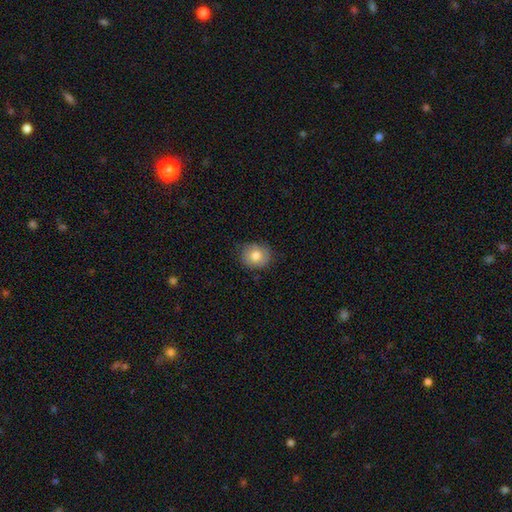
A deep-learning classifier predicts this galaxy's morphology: Smooth or featured: smooth — 79% (featured or disk — 12%)
How rounded: round — 75% (in between — 24%)
Merging: none — 81% (minor disturbance — 15%)